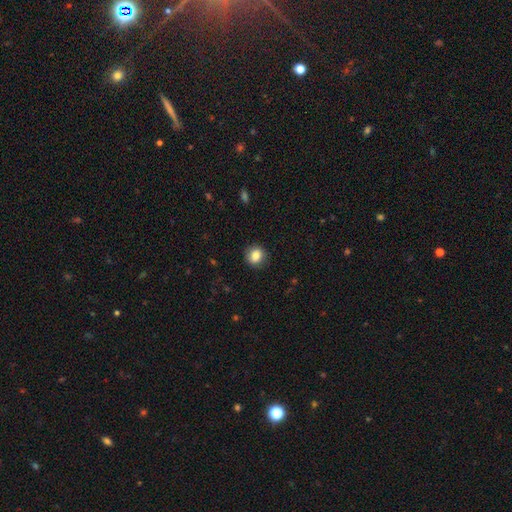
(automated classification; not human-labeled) Smooth or featured? smooth (83%)
How rounded? round (77%)
Merging? none (87%)